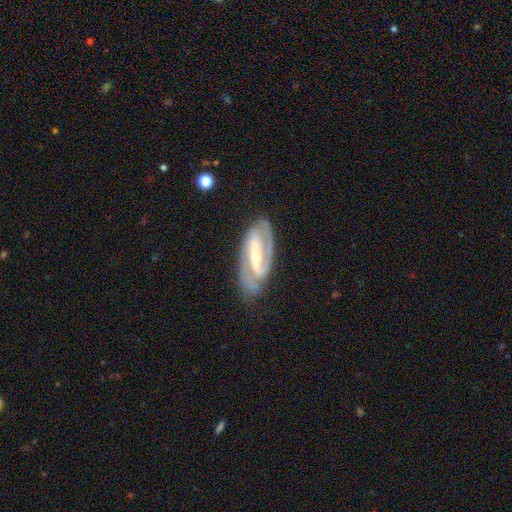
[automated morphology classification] The model was most divided on "spiral winding": medium: 47%, tight: 36%, loose: 17%. More confident: spiral arms — yes (95%); edge-on disk — no (94%); smooth or featured — featured or disk (87%); spiral arm count — 2 (83%); merging — none (71%); bulge size — small (64%); bar — strong (56%).